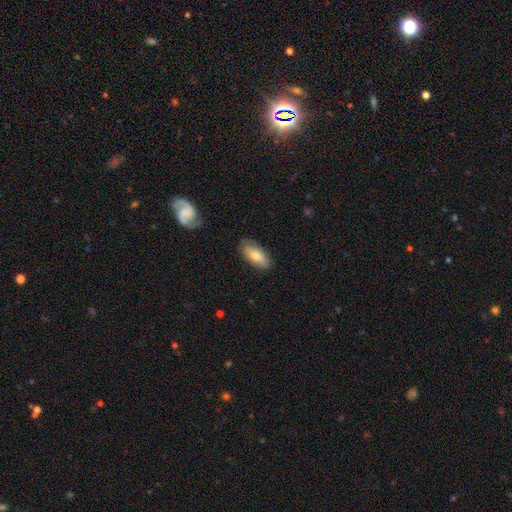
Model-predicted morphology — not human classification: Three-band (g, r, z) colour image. It shows a smooth galaxy with no disk features (75%) that is in between round and cigar-shaped (85%). Merging: none (80%).